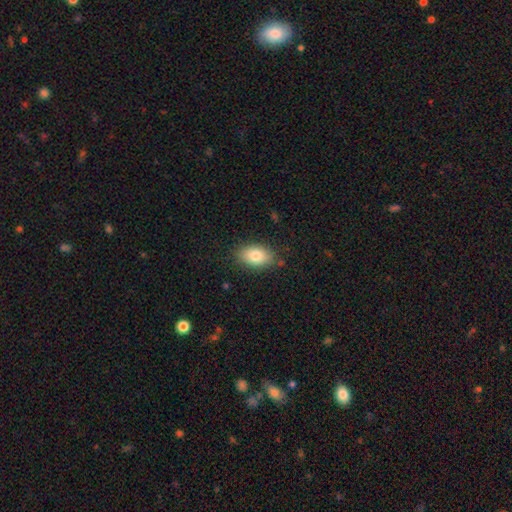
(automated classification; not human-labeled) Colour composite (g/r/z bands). It shows a smooth galaxy with no disk features (81%) that is in between round and cigar-shaped (89%). Merging: none (82%).